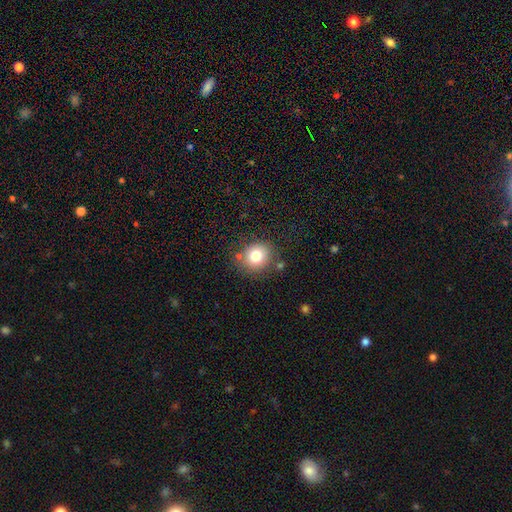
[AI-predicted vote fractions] smooth_or_featured: smooth (p=0.78) [alt: star or artifact p=0.11]
how_rounded: round (p=0.82) [alt: in between p=0.17]
merging: none (p=0.78) [alt: minor disturbance p=0.12]